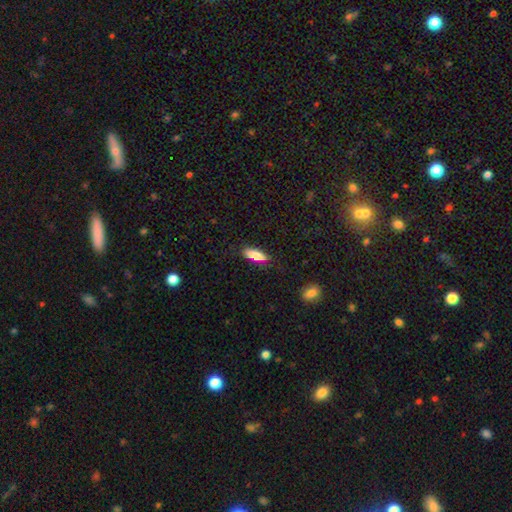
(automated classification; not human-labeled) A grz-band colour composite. It shows a smooth galaxy with no disk features (80%) that is in between round and cigar-shaped (61%). Merging: none (80%).